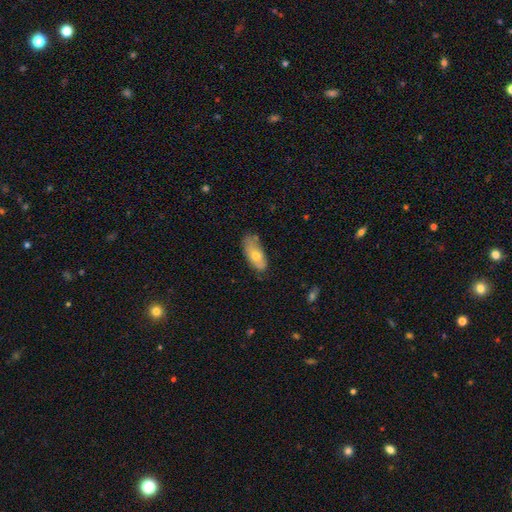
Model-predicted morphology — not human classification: A smooth galaxy with no disk features (67%) that is in between round and cigar-shaped (87%). Merging: none (61%).